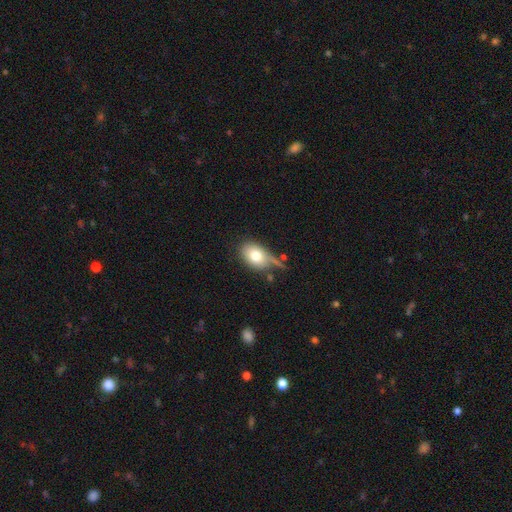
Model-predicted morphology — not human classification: type=smooth (76%); roundness=in between (80%); merging=none (50%).